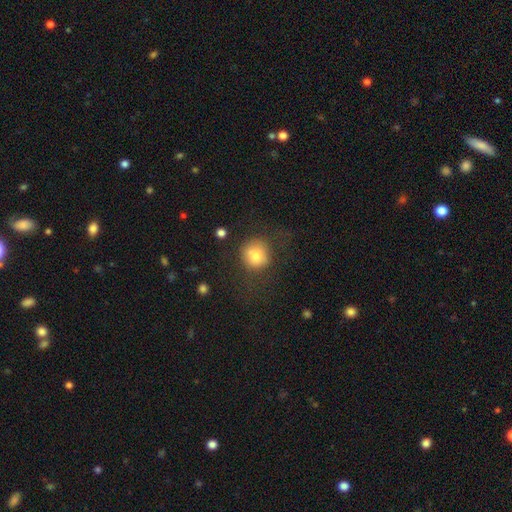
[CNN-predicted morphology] A smooth galaxy with no disk features (77%) that is round (87%). Merging: none (64%).